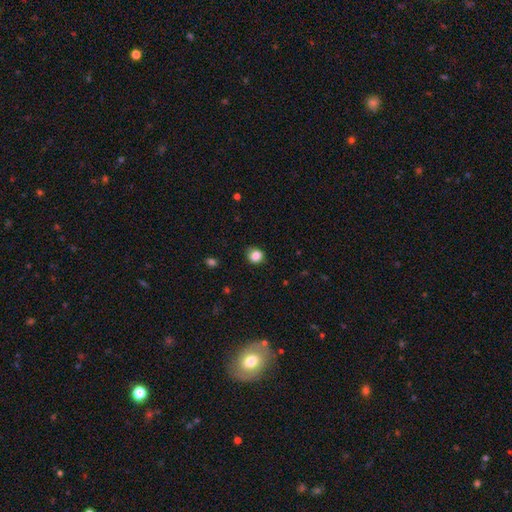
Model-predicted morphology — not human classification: Smooth or featured: smooth — 86% (star or artifact — 11%)
How rounded: round — 81% (in between — 18%)
Merging: none — 75% (minor disturbance — 20%)